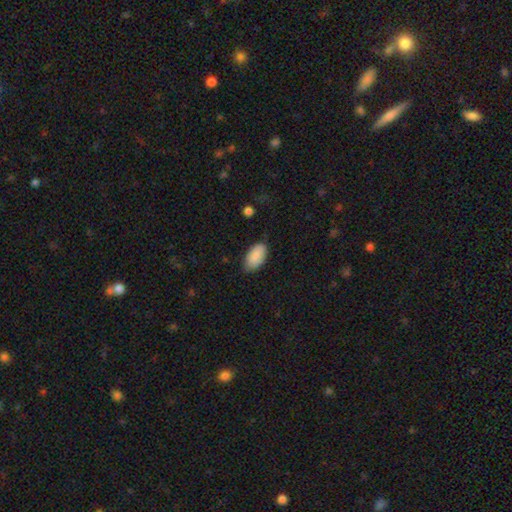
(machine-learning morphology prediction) Smooth or featured? smooth (88%)
How rounded? in between (95%)
Merging? none (75%)